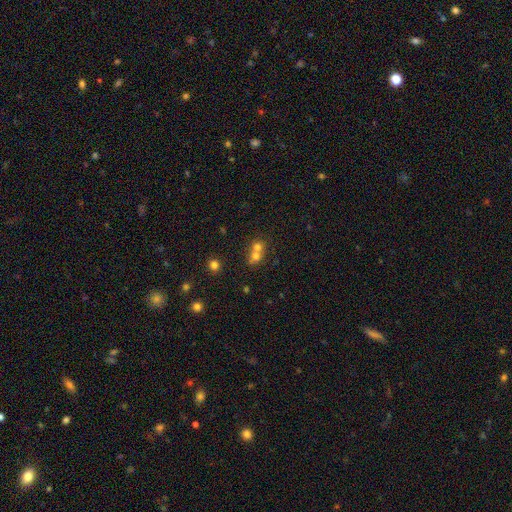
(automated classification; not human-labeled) This appears to be a smooth galaxy with no disk features (67%) that is round (74%). Merging: merger (65%).